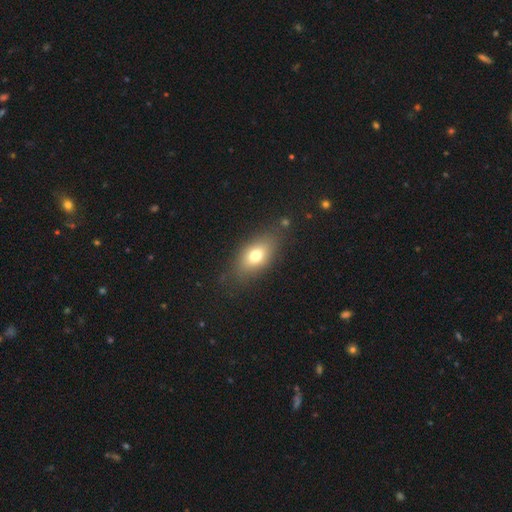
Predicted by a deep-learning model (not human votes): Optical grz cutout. It shows a smooth galaxy with no disk features (73%) that is in between round and cigar-shaped (83%). Merging: none (78%).